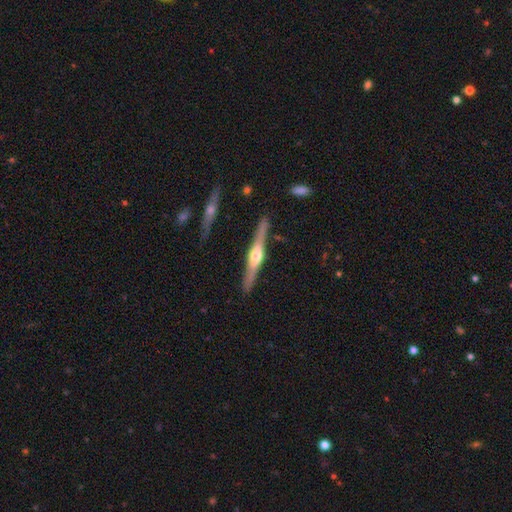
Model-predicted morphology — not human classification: The model was most divided on "smooth or featured": featured or disk: 78%, smooth: 17%, star or artifact: 5%. More confident: edge-on disk — yes (98%); edge-on bulge — rounded (90%); merging — none (88%).